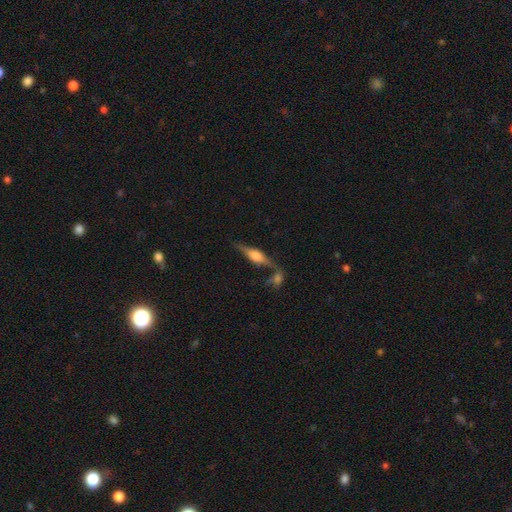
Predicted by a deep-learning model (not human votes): A featured or disk galaxy (70%) viewed edge-on (94%) with a rounded central bulge (83%).

Vote fractions:
- Smooth or featured? featured or disk: 70% / smooth: 23% / star or artifact: 7%
- Edge-on disk? yes: 94% / no: 6%
- Edge-on bulge? rounded: 83% / boxy: 14% / none: 3%
- Merging? none: 65% / merger: 16% / minor disturbance: 14% / major disturbance: 5%